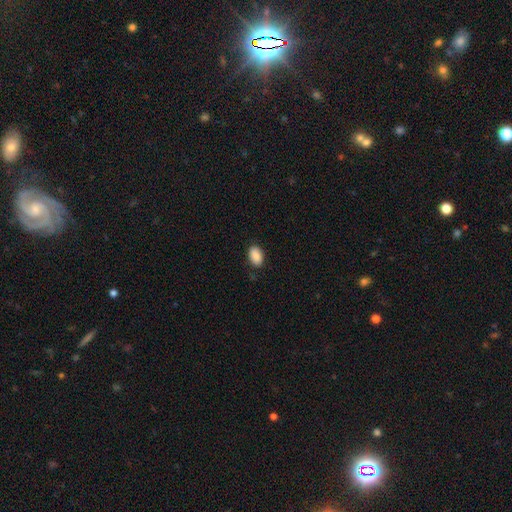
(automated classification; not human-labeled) smooth-or-featured: smooth: 89% | star or artifact: 7% | featured or disk: 4%
  how-rounded: in between: 90% | round: 9% | cigar-shaped: 1%
  merging: none: 86% | minor disturbance: 11% | major disturbance: 2% | merger: 1%